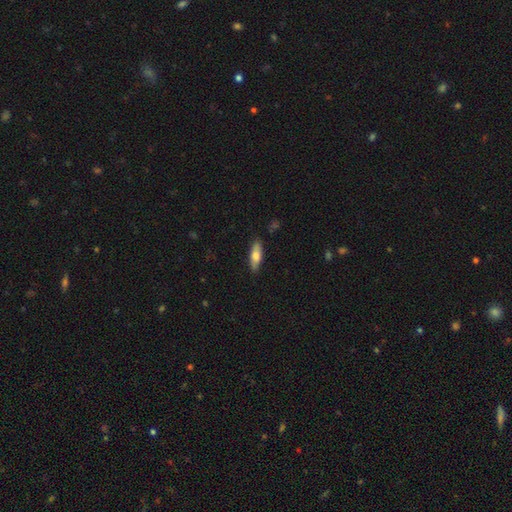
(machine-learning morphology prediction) This is likely a smooth galaxy (68%). How rounded: possibly in between (51%). Merging: clearly none (86%).